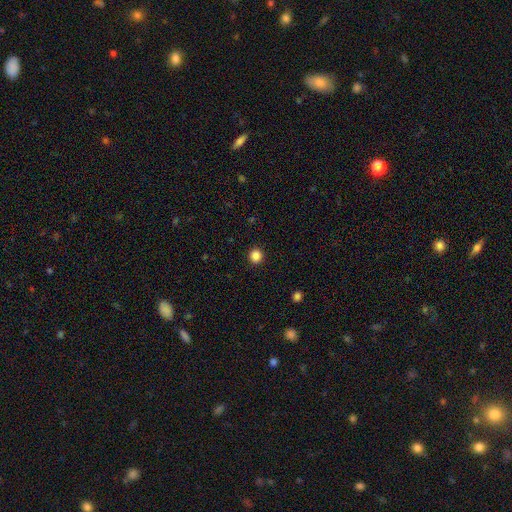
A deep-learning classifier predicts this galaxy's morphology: Smooth or featured: smooth — 86% (star or artifact — 11%)
How rounded: round — 93% (in between — 6%)
Merging: none — 93% (minor disturbance — 4%)